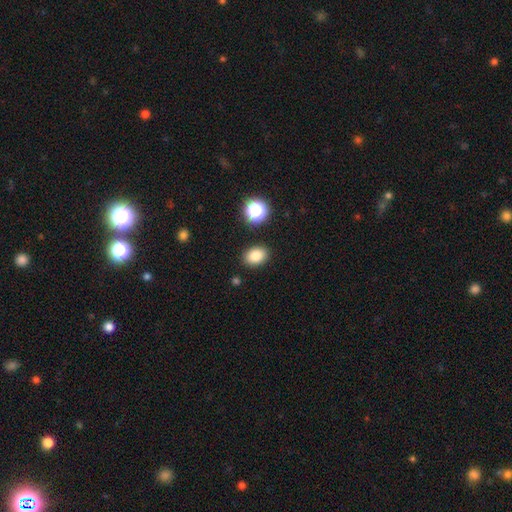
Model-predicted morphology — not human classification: Smooth or featured? Predicted: smooth (p=0.83). How rounded? Predicted: in between (p=0.70). Merging? Predicted: none (p=0.87).